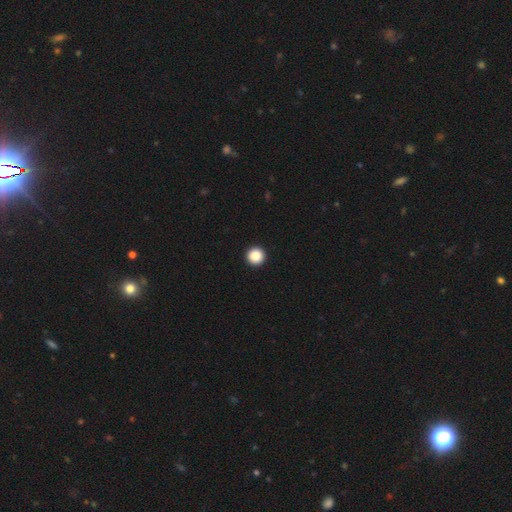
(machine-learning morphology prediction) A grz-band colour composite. It shows a smooth galaxy with no disk features (87%) that is round (97%). Merging: none (95%).